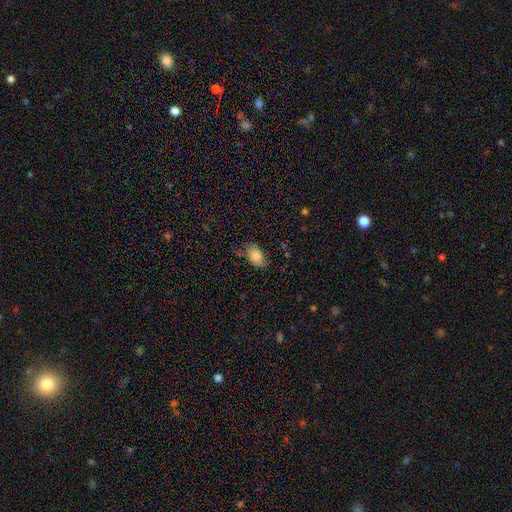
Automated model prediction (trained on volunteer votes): Smooth or featured: smooth — 81% (featured or disk — 12%)
How rounded: in between — 92% (round — 6%)
Merging: none — 70% (minor disturbance — 23%)